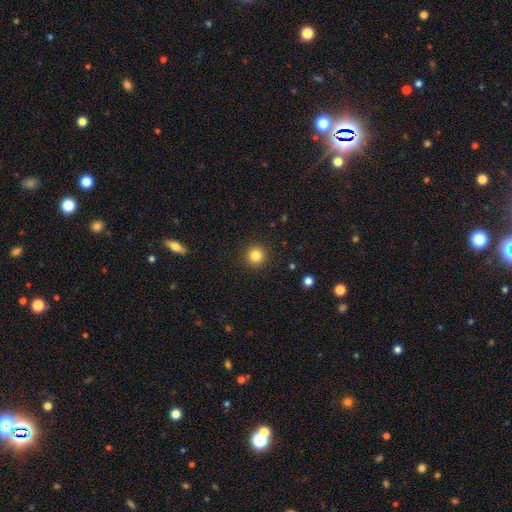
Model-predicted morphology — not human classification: smooth 84%, star or artifact 11%, featured or disk 5%. Down the decision tree: how rounded — round (94%); merging — none (92%).